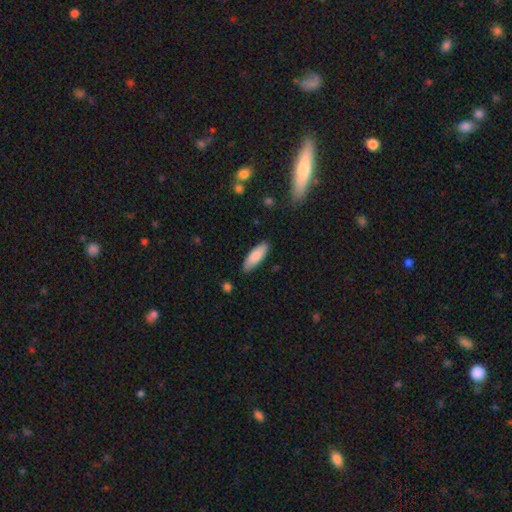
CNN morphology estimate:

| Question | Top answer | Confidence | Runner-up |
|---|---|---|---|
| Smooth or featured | smooth | 83% | featured or disk (12%) |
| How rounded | in between | 62% | cigar-shaped (37%) |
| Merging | none | 87% | minor disturbance (10%) |